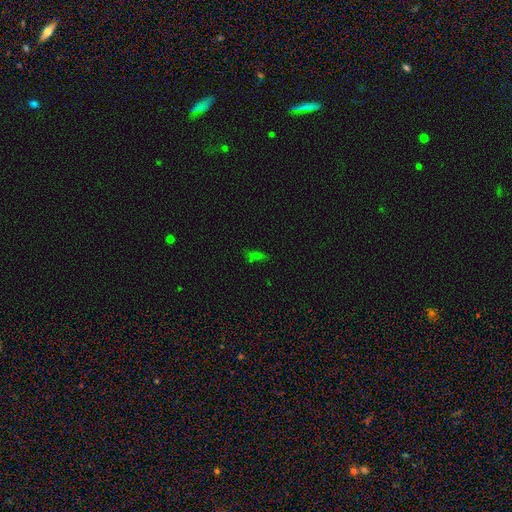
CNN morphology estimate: A smooth galaxy with no disk features (55%) that is in between round and cigar-shaped (56%). Merging: none (67%).